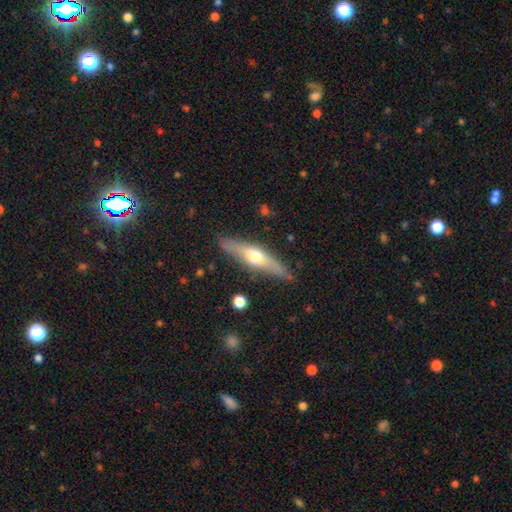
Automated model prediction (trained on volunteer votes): A featured or disk galaxy (59%) viewed edge-on (91%) with a rounded central bulge (93%). Merging: none (86%).